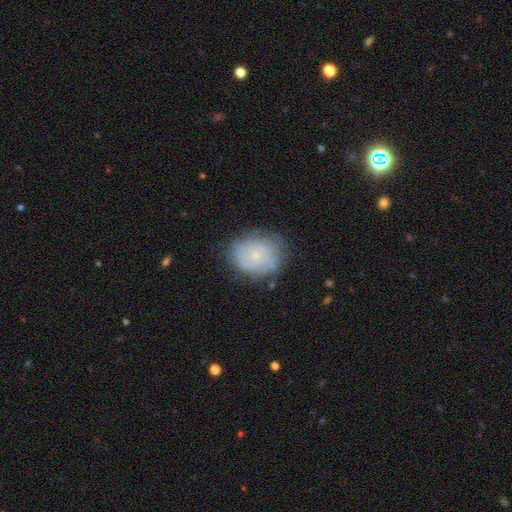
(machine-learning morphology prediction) Q: Smooth or featured?
A: smooth (51%); runner-up: featured or disk (40%)
Q: How rounded?
A: round (56%); runner-up: in between (43%)
Q: Merging?
A: none (71%); runner-up: minor disturbance (20%)